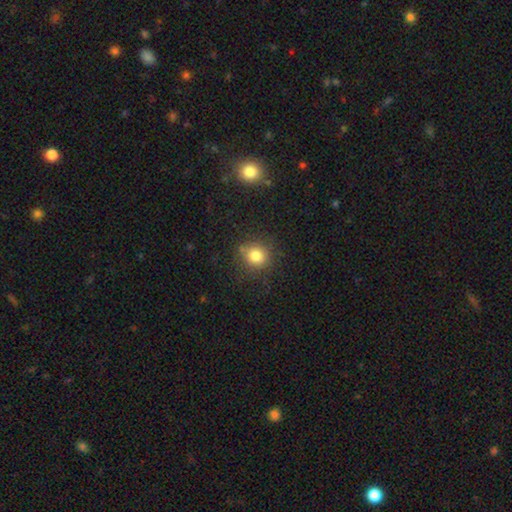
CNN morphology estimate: smooth 80%, star or artifact 13%, featured or disk 7%. Down the decision tree: how rounded — round (83%); merging — none (81%).